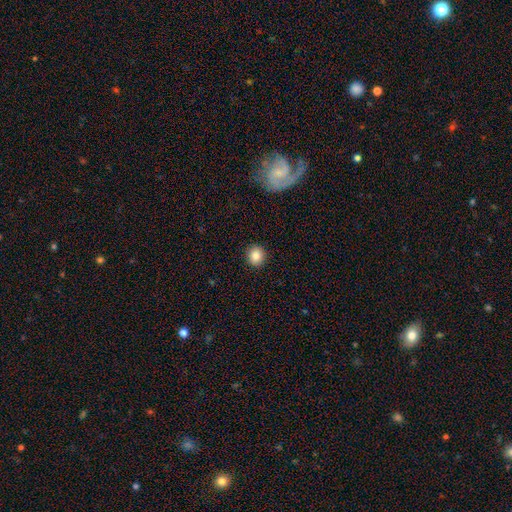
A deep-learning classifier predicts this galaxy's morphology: This is clearly a smooth galaxy (85%). How rounded: clearly round (88%). Merging: clearly none (92%).